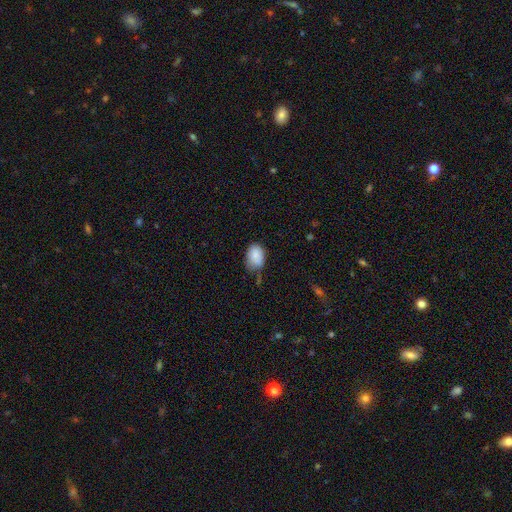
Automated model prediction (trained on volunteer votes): The model was most divided on "merging": none: 52%, minor disturbance: 36%, major disturbance: 8%, merger: 4%. More confident: smooth or featured — smooth (85%); how rounded — in between (83%).